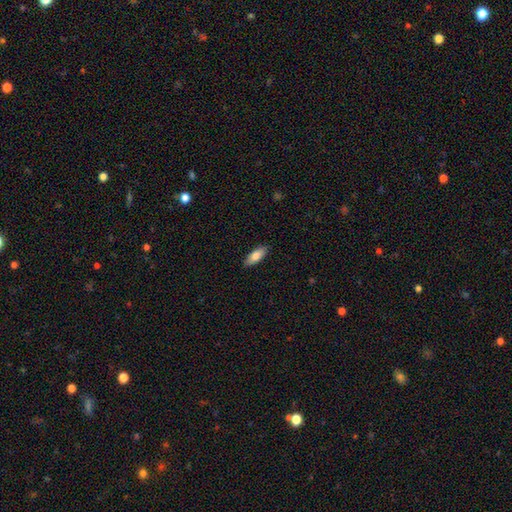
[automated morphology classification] A smooth galaxy with no disk features (80%) that is in between round and cigar-shaped (73%).

Vote fractions:
- Smooth or featured? smooth: 80% / featured or disk: 14% / star or artifact: 6%
- How rounded? in between: 73% / cigar-shaped: 25% / round: 2%
- Merging? none: 88% / minor disturbance: 9% / major disturbance: 2% / merger: 1%